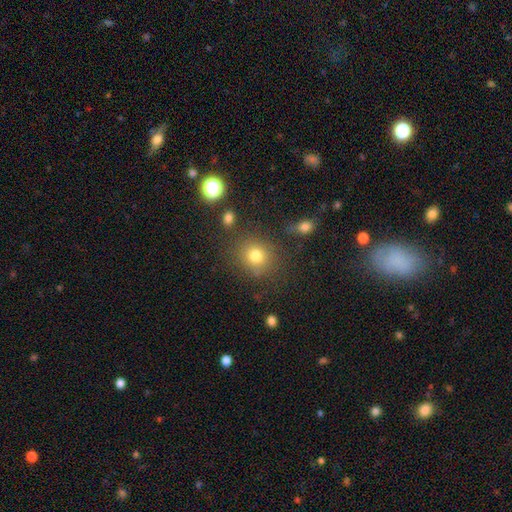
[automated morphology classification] A smooth galaxy with no disk features (77%) that is round (82%). Merging: none (80%).